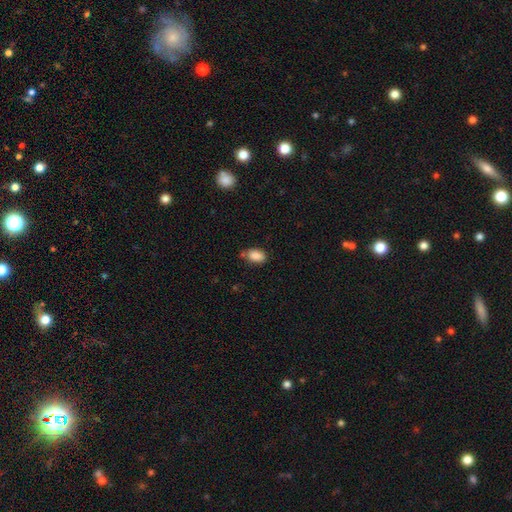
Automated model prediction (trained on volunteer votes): Smooth or featured? Predicted: smooth (p=0.88). How rounded? Predicted: in between (p=0.91). Merging? Predicted: none (p=0.69).